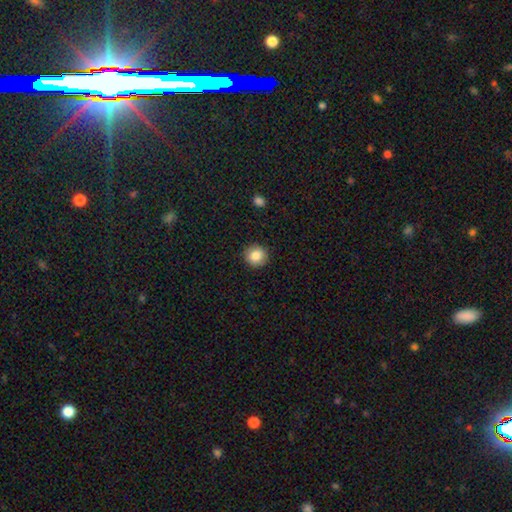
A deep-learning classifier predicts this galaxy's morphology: Smooth or featured? smooth (85%)
How rounded? round (93%)
Merging? none (91%)